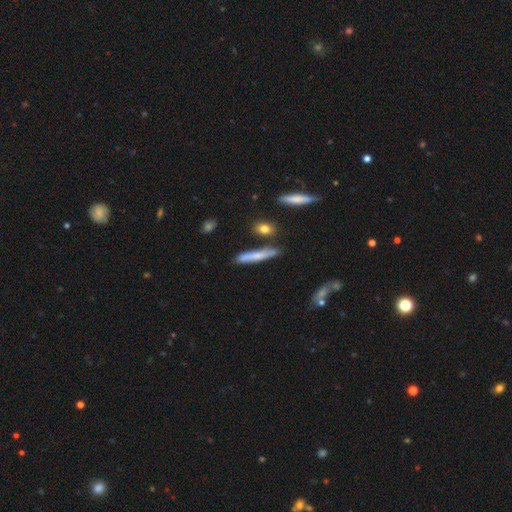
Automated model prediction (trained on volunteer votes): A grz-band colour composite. It shows a smooth galaxy with no disk features (63%) that is cigar-shaped (91%). Merging: none (78%).